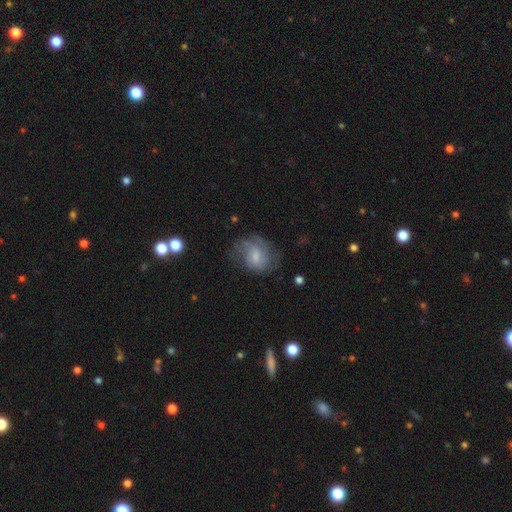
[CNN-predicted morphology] Smooth or featured? smooth (47%)
Merging? none (52%)